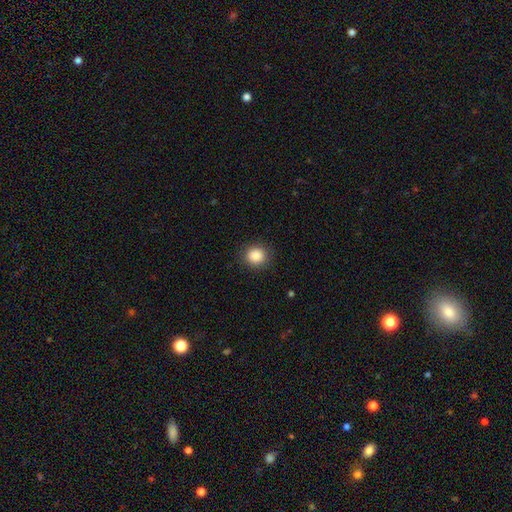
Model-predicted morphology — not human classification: Smooth or featured? Predicted: smooth (p=0.88). How rounded? Predicted: round (p=0.86). Merging? Predicted: none (p=0.89).